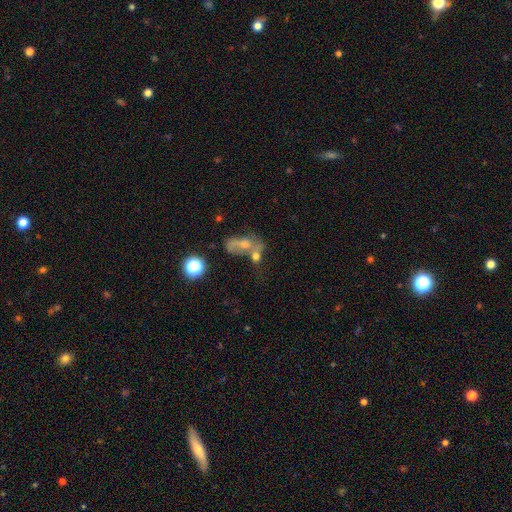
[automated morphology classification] The model was most divided on "smooth or featured": smooth: 47%, featured or disk: 34%, star or artifact: 18%. More confident: merging — merger (51%).